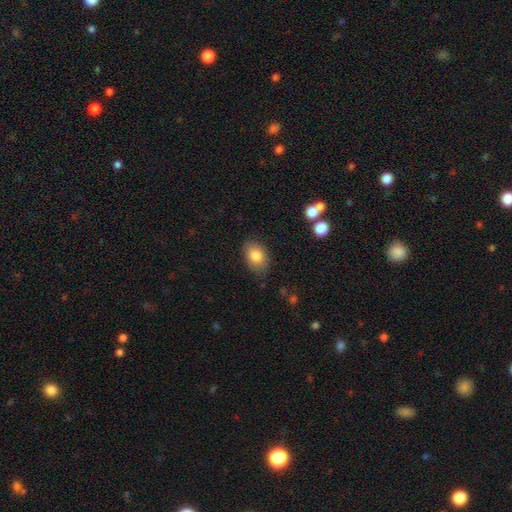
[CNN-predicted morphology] smooth-or-featured: smooth: 84% | featured or disk: 9% | star or artifact: 7%
  how-rounded: in between: 83% | round: 16% | cigar-shaped: 1%
  merging: none: 78% | minor disturbance: 16% | major disturbance: 4% | merger: 2%